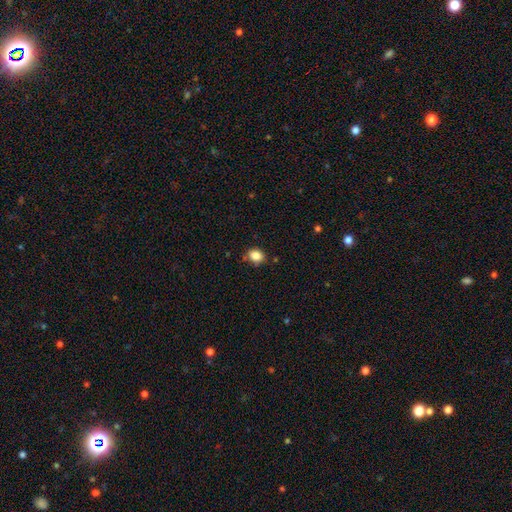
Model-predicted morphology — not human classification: Smooth or featured? Predicted: smooth (p=0.86). How rounded? Predicted: in between (p=0.51). Merging? Predicted: none (p=0.79).